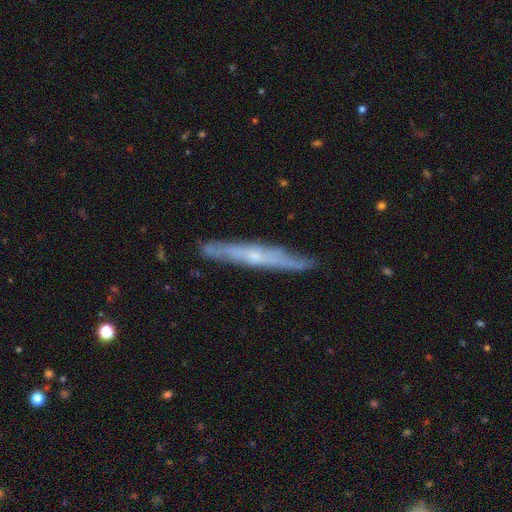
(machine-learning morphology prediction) type=featured or disk (68%); edge-on=yes (86%); edge-on bulge=rounded (53%); merging=none (83%).